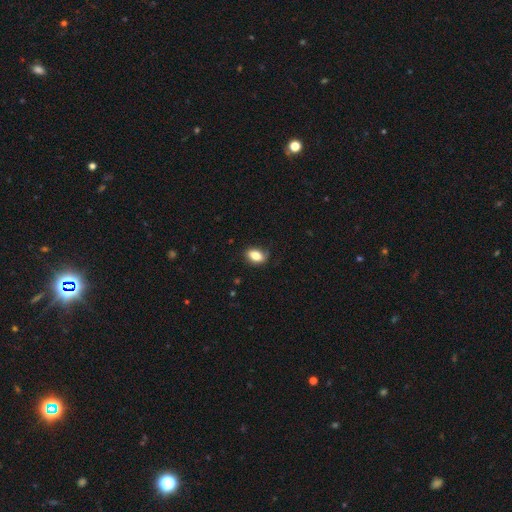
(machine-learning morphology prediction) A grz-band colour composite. It shows a smooth galaxy with no disk features (80%) that is in between round and cigar-shaped (85%). Merging: none (76%).